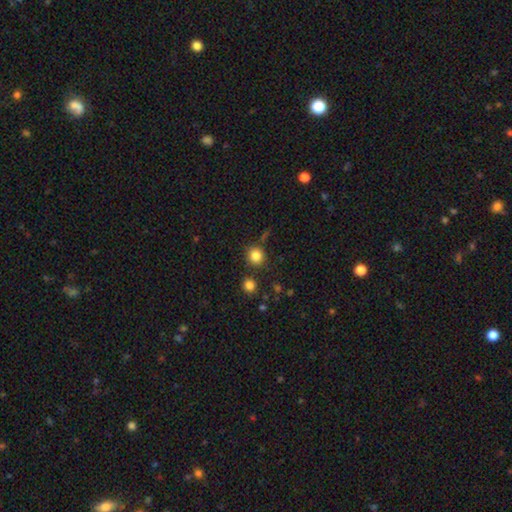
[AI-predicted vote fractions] smooth 83%, star or artifact 12%, featured or disk 5%. Down the decision tree: how rounded — round (89%); merging — none (81%).